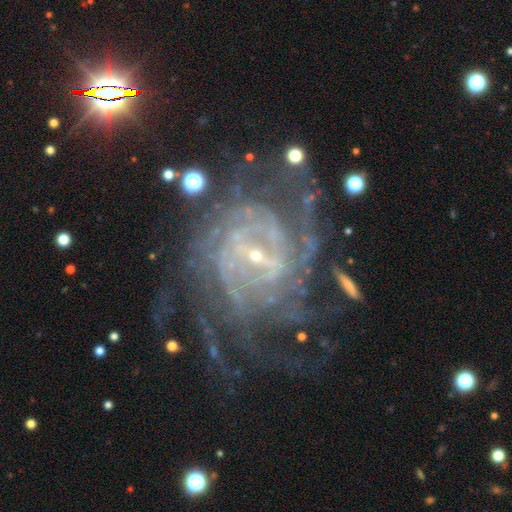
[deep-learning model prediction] Smooth or featured: featured or disk — 89% (star or artifact — 7%)
Edge-on disk: no — 97% (yes — 3%)
Bar: weak — 48% (strong — 29%)
Spiral arms: yes — 96% (no — 4%)
Spiral winding: tight — 62% (medium — 30%)
Spiral arm count: can't tell — 30% (4 — 19%)
Bulge size: small — 83% (moderate — 11%)
Merging: none — 62% (major disturbance — 18%)